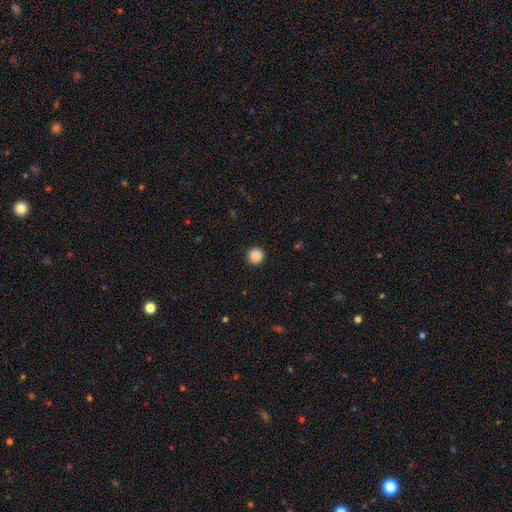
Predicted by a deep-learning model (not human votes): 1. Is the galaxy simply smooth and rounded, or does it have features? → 88% smooth, 9% star or artifact, 3% featured or disk.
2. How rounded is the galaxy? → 95% round, 4% in between, 1% cigar-shaped.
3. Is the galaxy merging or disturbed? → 93% none, 5% minor disturbance, 2% major disturbance, 1% merger.